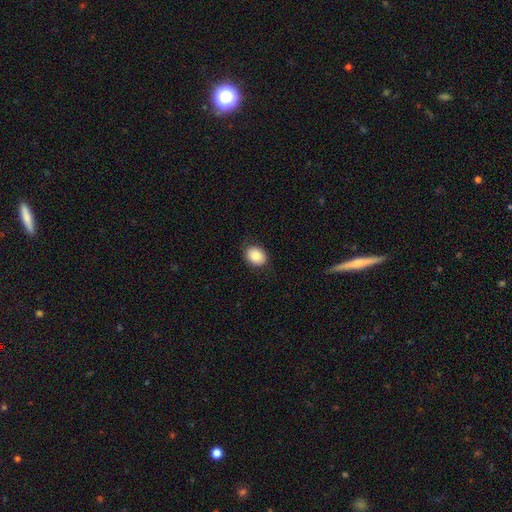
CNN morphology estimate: Smooth or featured? Predicted: smooth (p=0.85). How rounded? Predicted: in between (p=0.54). Merging? Predicted: none (p=0.83).